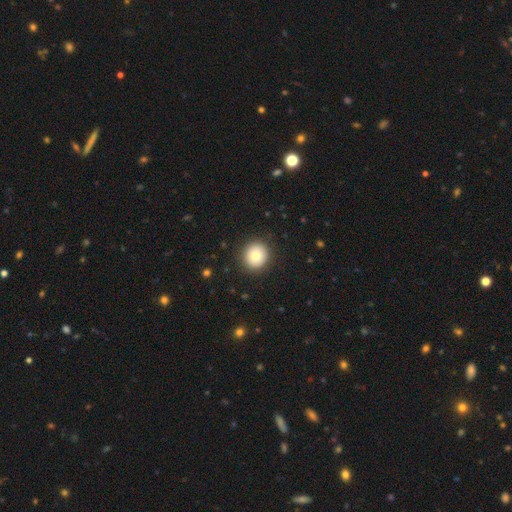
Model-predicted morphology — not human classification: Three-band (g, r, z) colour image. It shows a smooth galaxy with no disk features (84%) that is round (87%). Merging: none (90%).